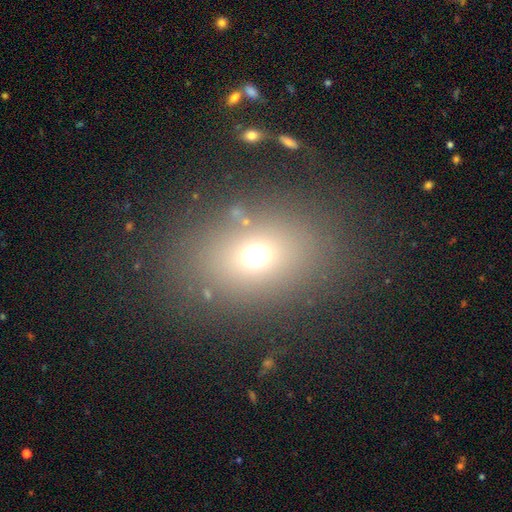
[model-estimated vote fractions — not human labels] smooth_or_featured: smooth (p=0.68) [alt: star or artifact p=0.20]
how_rounded: in between (p=0.60) [alt: round p=0.39]
merging: none (p=0.80) [alt: minor disturbance p=0.10]